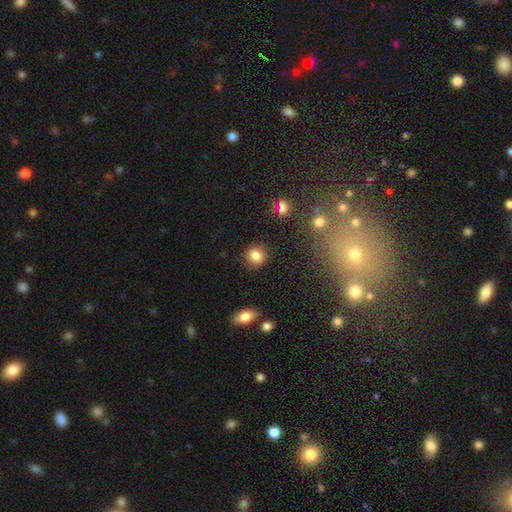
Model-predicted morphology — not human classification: The model was most divided on "how rounded": round: 83%, in between: 16%, cigar-shaped: 1%. More confident: merging — none (88%); smooth or featured — smooth (83%).